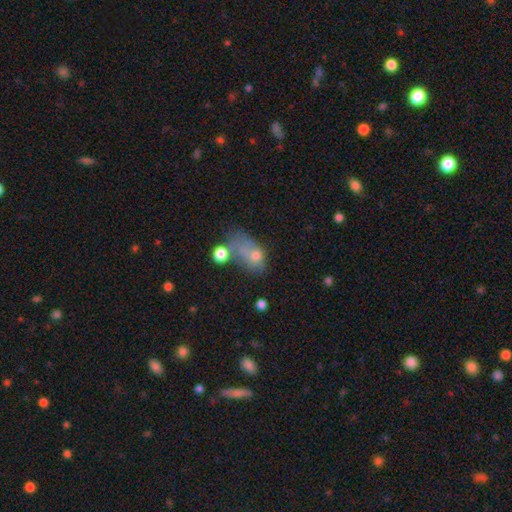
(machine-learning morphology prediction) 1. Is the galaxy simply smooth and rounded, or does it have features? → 60% smooth, 25% featured or disk, 16% star or artifact.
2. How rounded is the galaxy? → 78% in between, 19% round, 3% cigar-shaped.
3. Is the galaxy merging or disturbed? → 36% major disturbance, 22% merger, 21% none, 21% minor disturbance.